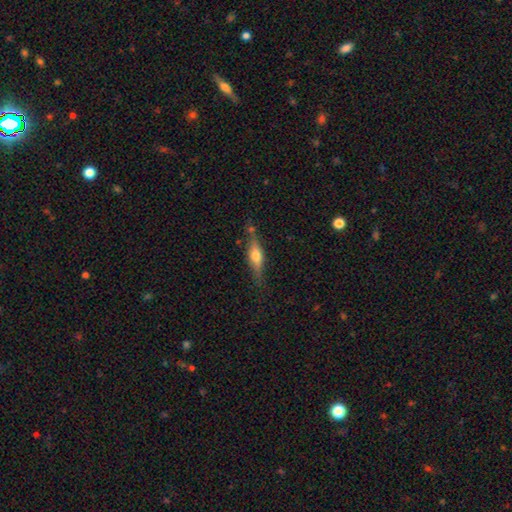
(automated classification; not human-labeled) Smooth or featured? Predicted: featured or disk (p=0.58). Edge-on disk? Predicted: yes (p=0.94). Edge-on bulge? Predicted: rounded (p=0.89). Merging? Predicted: none (p=0.77).